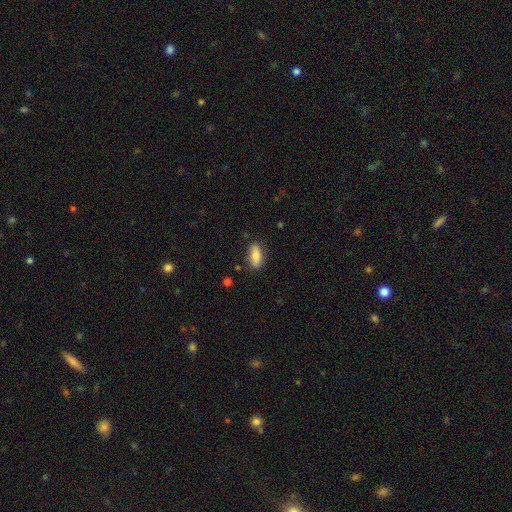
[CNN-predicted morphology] Smooth or featured?
  - smooth: 84% *
  - featured or disk: 9%
  - star or artifact: 7%
How rounded?
  - in between: 84% *
  - cigar-shaped: 13%
  - round: 3%
Merging?
  - none: 83% *
  - minor disturbance: 12%
  - major disturbance: 3%
  - merger: 2%